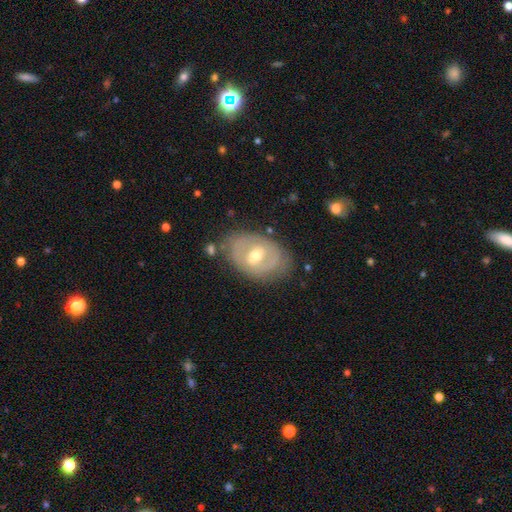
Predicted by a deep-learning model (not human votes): A featured or disk galaxy (65%) with a weak bar (47%), no spiral arms (58%) and a moderate central bulge (68%).

Vote fractions:
- Smooth or featured? featured or disk: 65% / smooth: 28% / star or artifact: 6%
- Edge-on disk? no: 93% / yes: 7%
- Bar? weak: 47% / no: 31% / strong: 22%
- Spiral arms? no: 58% / yes: 42%
- Bulge size? moderate: 68% / small: 26% / large: 4% / none: 1% / dominant: 1%
- Merging? none: 73% / minor disturbance: 18% / major disturbance: 6% / merger: 3%